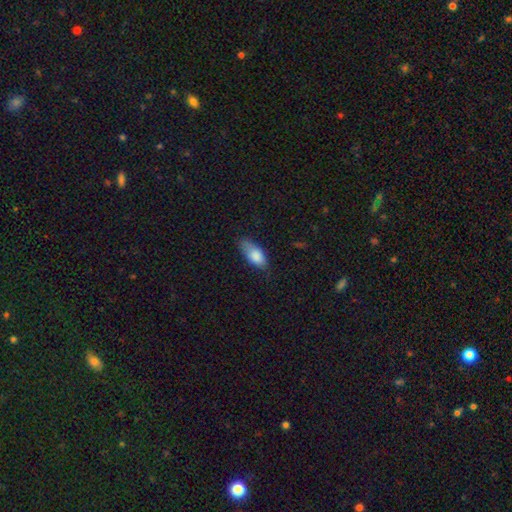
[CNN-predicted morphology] smooth_or_featured: smooth (p=0.83) [alt: featured or disk p=0.10]
how_rounded: in between (p=0.86) [alt: cigar-shaped p=0.11]
merging: none (p=0.51) [alt: minor disturbance p=0.36]